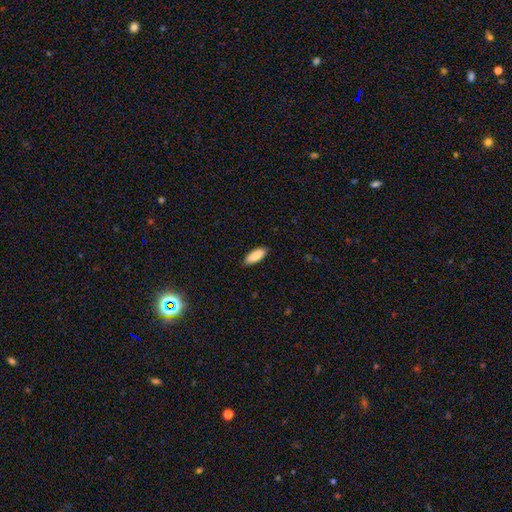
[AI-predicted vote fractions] smooth_or_featured: smooth (p=0.88) [alt: featured or disk p=0.06]
how_rounded: in between (p=0.76) [alt: cigar-shaped p=0.23]
merging: none (p=0.86) [alt: minor disturbance p=0.11]